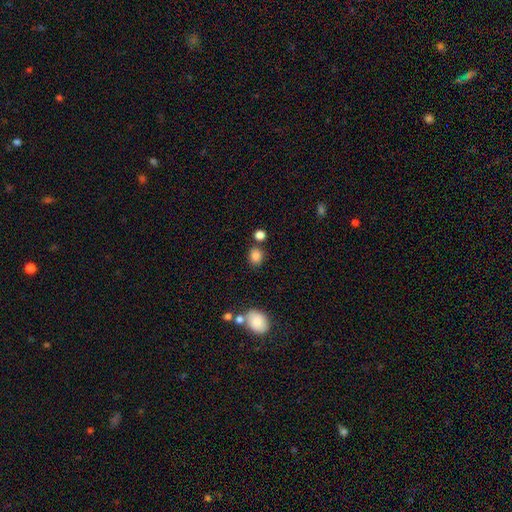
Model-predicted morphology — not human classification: This appears to be a smooth galaxy with no disk features (84%) that is round (63%). Merging: none (74%).